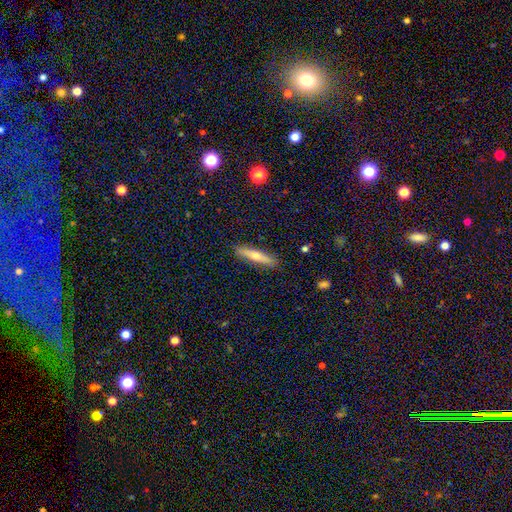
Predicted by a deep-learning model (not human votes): featured or disk 48%, smooth 45%, star or artifact 7%. Down the decision tree: merging — none (90%).